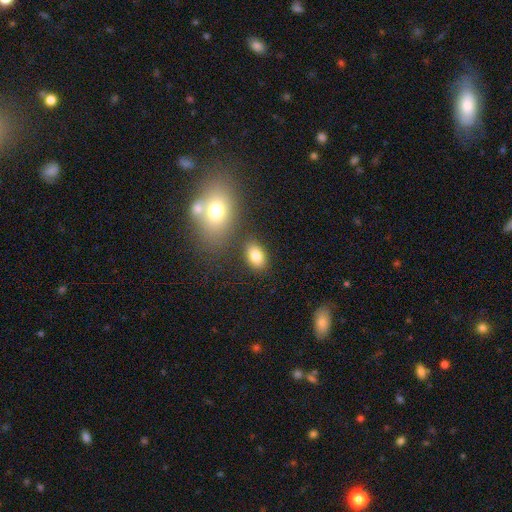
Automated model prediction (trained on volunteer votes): Morphology: type=smooth (81%); roundness=in between (87%); merging=none (79%).